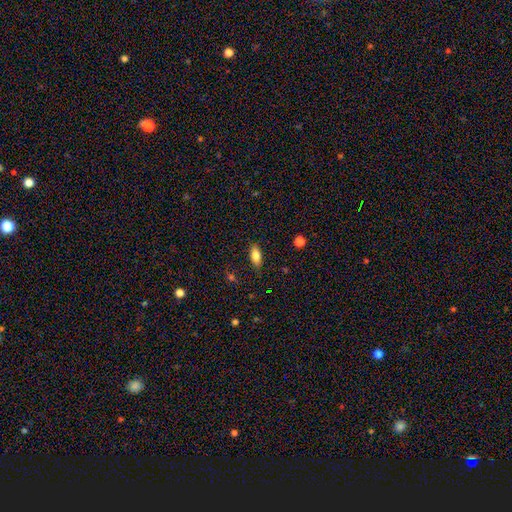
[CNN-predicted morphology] Smooth or featured?
  - smooth: 80% *
  - featured or disk: 12%
  - star or artifact: 8%
How rounded?
  - in between: 84% *
  - cigar-shaped: 13%
  - round: 3%
Merging?
  - none: 85% *
  - minor disturbance: 11%
  - major disturbance: 3%
  - merger: 1%